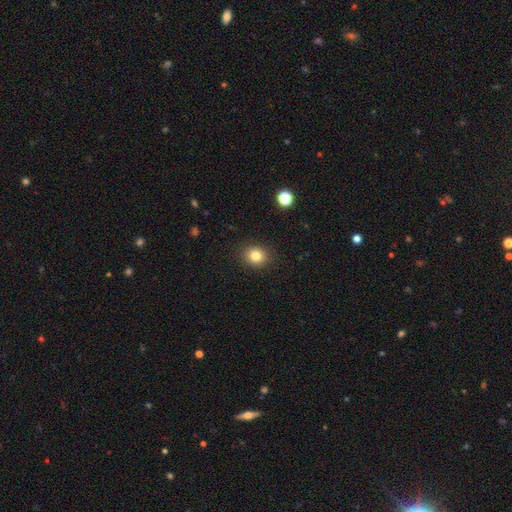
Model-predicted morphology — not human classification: Smooth or featured?
  - smooth: 81% *
  - star or artifact: 12%
  - featured or disk: 7%
How rounded?
  - round: 72% *
  - in between: 27%
  - cigar-shaped: 1%
Merging?
  - none: 89% *
  - minor disturbance: 7%
  - major disturbance: 2%
  - merger: 1%